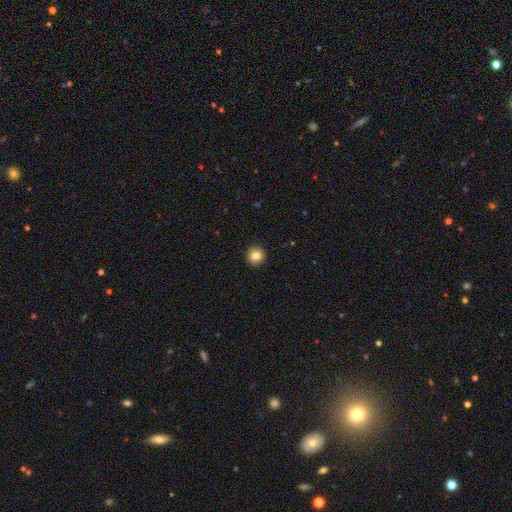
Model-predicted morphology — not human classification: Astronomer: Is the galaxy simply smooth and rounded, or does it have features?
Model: smooth — 83%.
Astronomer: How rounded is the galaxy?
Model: round — 95%.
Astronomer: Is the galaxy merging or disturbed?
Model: none — 93%.